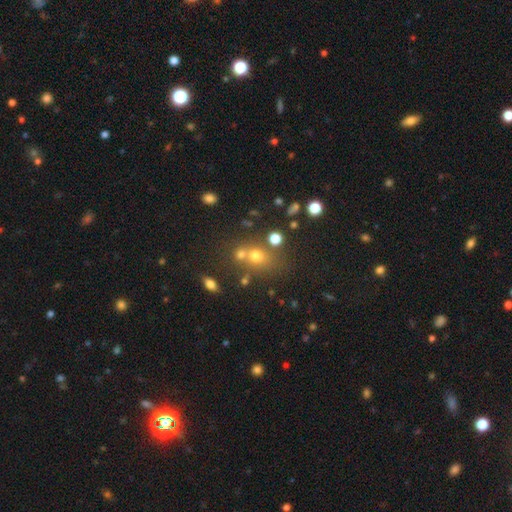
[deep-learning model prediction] Smooth or featured? Predicted: smooth (p=0.59). How rounded? Predicted: round (p=0.66). Merging? Predicted: none (p=0.53).